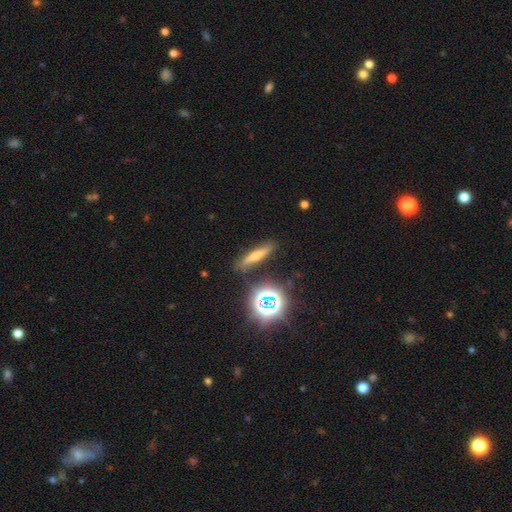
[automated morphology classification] Smooth or featured? Predicted: smooth (p=0.45). Merging? Predicted: none (p=0.84).